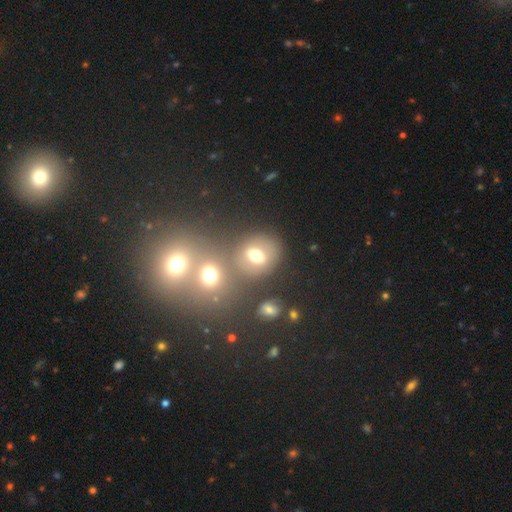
A smooth galaxy with no disk features (59%) that is round (52%).

Vote fractions:
- Smooth or featured? smooth: 59% / featured or disk: 36% / star or artifact: 5%
- How rounded? round: 52% / in between: 43% / cigar-shaped: 4%
- Merging? none: 65% / merger: 16% / major disturbance: 14% / minor disturbance: 5%